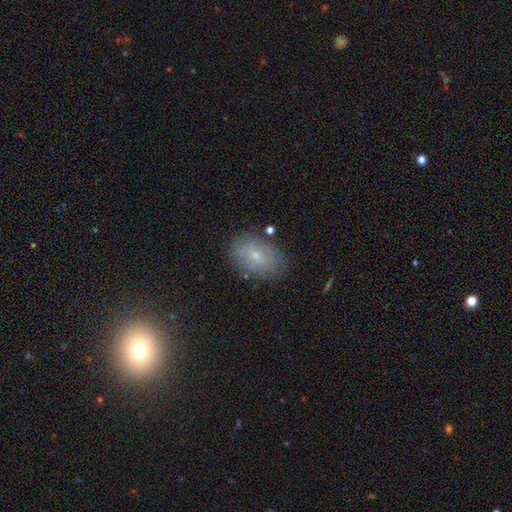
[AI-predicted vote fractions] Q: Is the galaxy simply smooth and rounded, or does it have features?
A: smooth — 59%.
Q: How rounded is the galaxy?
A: in between — 86%.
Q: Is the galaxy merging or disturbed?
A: none — 80%.